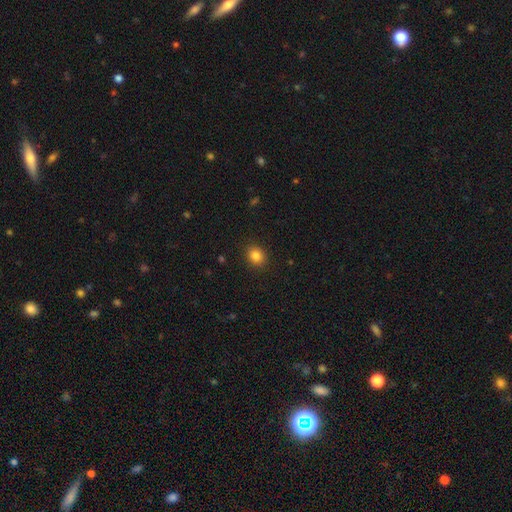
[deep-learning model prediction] A smooth galaxy with no disk features (85%) that is round (66%).

Vote fractions:
- Smooth or featured? smooth: 85% / star or artifact: 11% / featured or disk: 5%
- How rounded? round: 66% / in between: 33% / cigar-shaped: 1%
- Merging? none: 90% / minor disturbance: 7% / major disturbance: 2% / merger: 1%